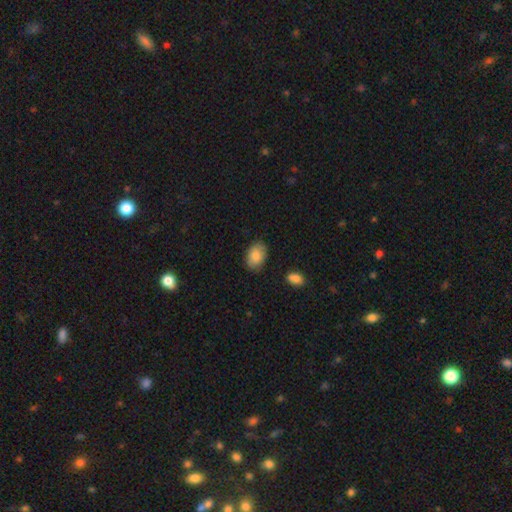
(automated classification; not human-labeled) A smooth galaxy with no disk features (84%) that is in between round and cigar-shaped (86%). Merging: none (83%).